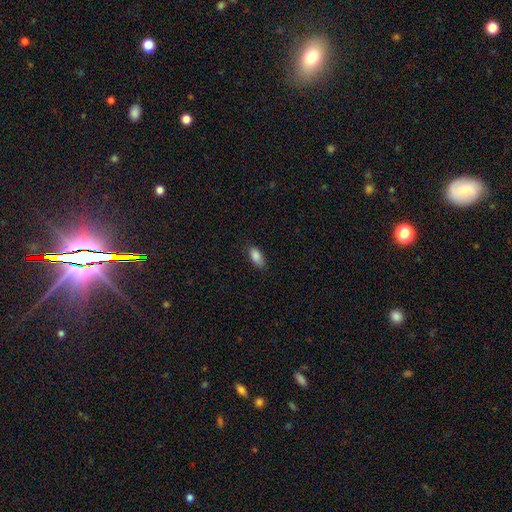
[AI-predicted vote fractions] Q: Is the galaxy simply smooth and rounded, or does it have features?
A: smooth — 87%.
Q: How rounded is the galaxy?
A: in between — 90%.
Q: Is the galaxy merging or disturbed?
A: none — 78%.